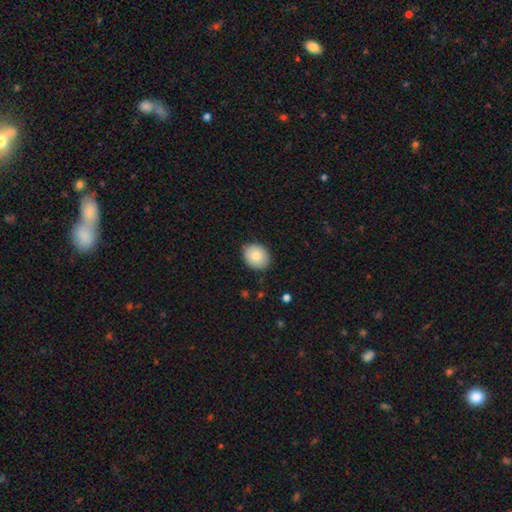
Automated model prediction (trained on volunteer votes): smooth_or_featured: smooth (p=0.83) [alt: featured or disk p=0.10]
how_rounded: round (p=0.61) [alt: in between p=0.38]
merging: none (p=0.85) [alt: minor disturbance p=0.12]